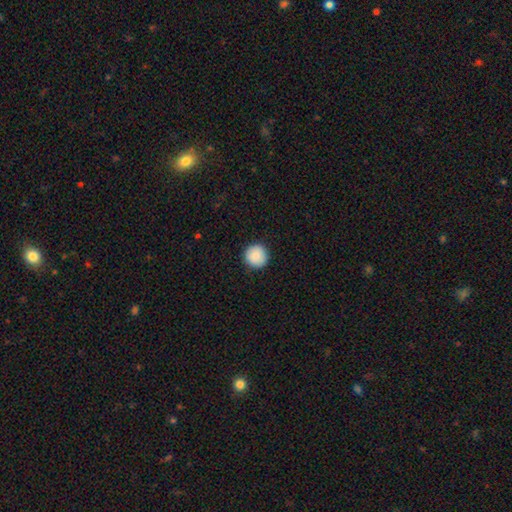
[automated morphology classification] Smooth or featured? Predicted: smooth (p=0.88). How rounded? Predicted: round (p=0.95). Merging? Predicted: none (p=0.91).